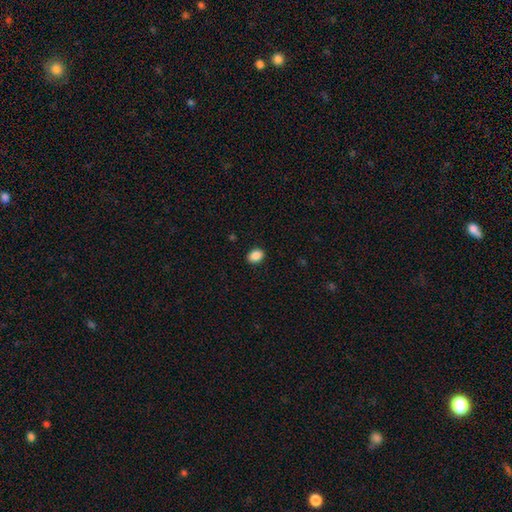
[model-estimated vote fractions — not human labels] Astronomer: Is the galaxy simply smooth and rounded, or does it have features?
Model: smooth — 89%.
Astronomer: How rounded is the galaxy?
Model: in between — 67%.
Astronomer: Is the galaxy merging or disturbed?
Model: none — 90%.